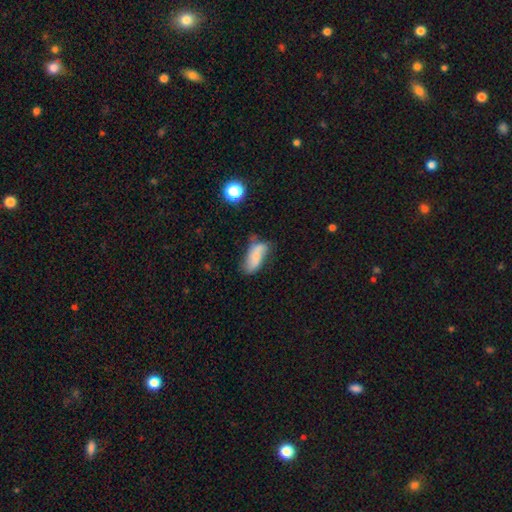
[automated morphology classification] smooth_or_featured: smooth (p=0.66) [alt: featured or disk p=0.26]
how_rounded: in between (p=0.82) [alt: cigar-shaped p=0.15]
merging: none (p=0.44) [alt: minor disturbance p=0.35]